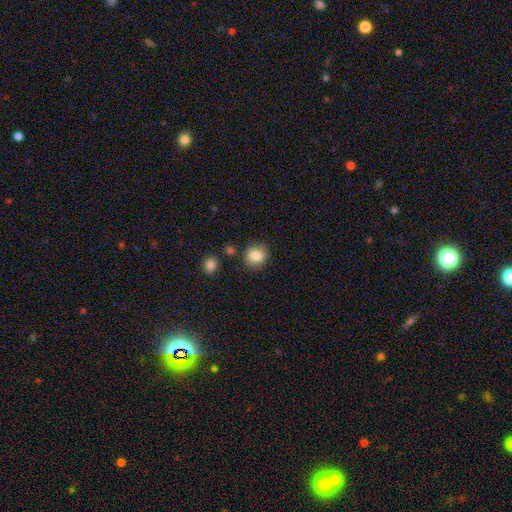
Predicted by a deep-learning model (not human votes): A smooth galaxy with no disk features (84%) that is round (82%).

Vote fractions:
- Smooth or featured? smooth: 84% / star or artifact: 9% / featured or disk: 6%
- How rounded? round: 82% / in between: 17% / cigar-shaped: 1%
- Merging? none: 84% / minor disturbance: 9% / merger: 4% / major disturbance: 3%